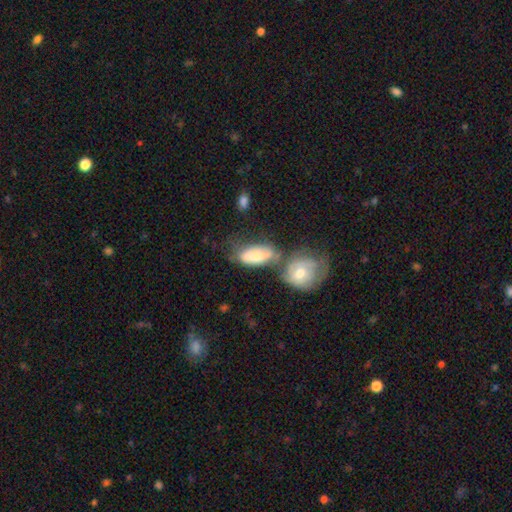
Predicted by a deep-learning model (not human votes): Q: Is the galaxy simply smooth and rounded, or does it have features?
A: smooth — 65%.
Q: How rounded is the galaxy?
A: in between — 85%.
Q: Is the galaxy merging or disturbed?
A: merger — 38%.